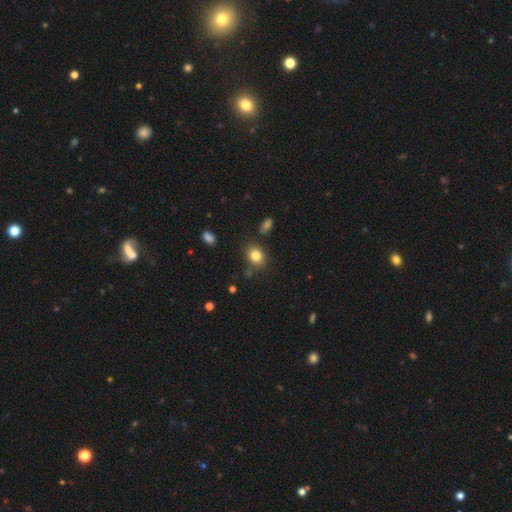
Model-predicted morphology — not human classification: Q: Smooth or featured?
A: smooth (82%); runner-up: star or artifact (10%)
Q: How rounded?
A: round (50%); runner-up: in between (49%)
Q: Merging?
A: none (79%); runner-up: minor disturbance (13%)